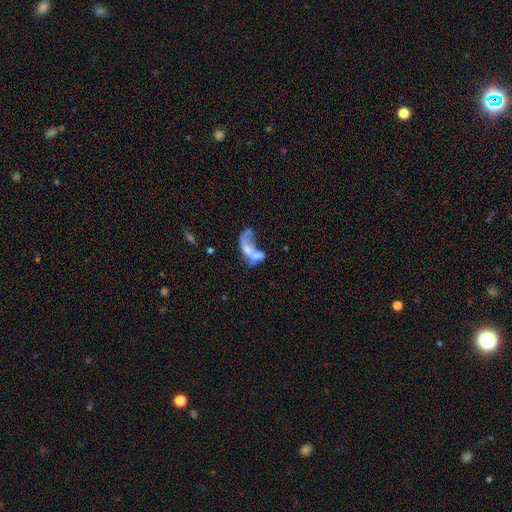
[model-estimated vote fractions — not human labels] smooth_or_featured: featured or disk (p=0.47) [alt: smooth p=0.42]
merging: merger (p=0.61) [alt: major disturbance p=0.24]